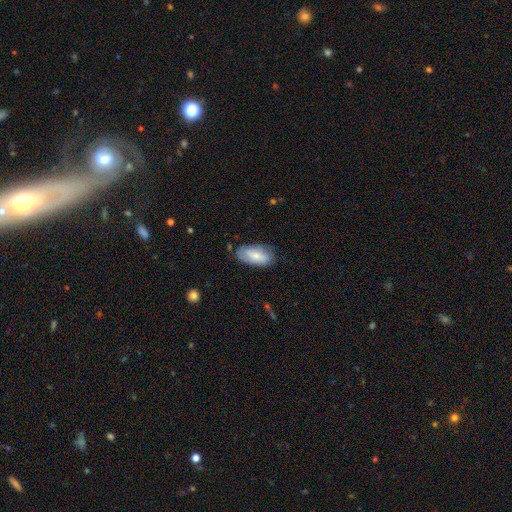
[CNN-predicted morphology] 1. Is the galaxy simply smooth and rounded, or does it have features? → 69% smooth, 24% featured or disk, 6% star or artifact.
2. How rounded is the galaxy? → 91% in between, 6% cigar-shaped, 3% round.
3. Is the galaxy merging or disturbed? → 72% none, 21% minor disturbance, 4% major disturbance, 2% merger.